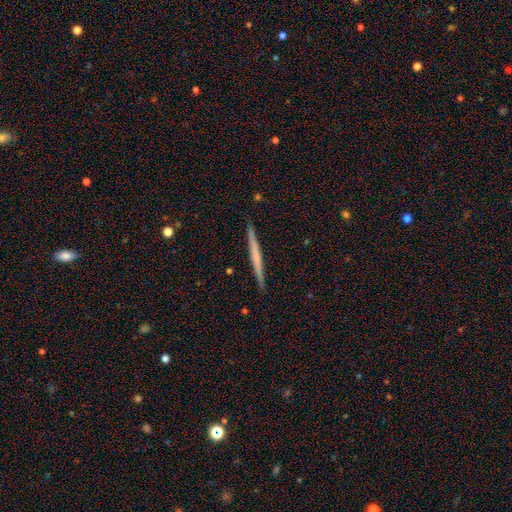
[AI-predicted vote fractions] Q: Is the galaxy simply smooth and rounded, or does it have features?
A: featured or disk — 51%.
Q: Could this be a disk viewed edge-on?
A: yes — 98%.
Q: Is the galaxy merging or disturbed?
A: none — 92%.